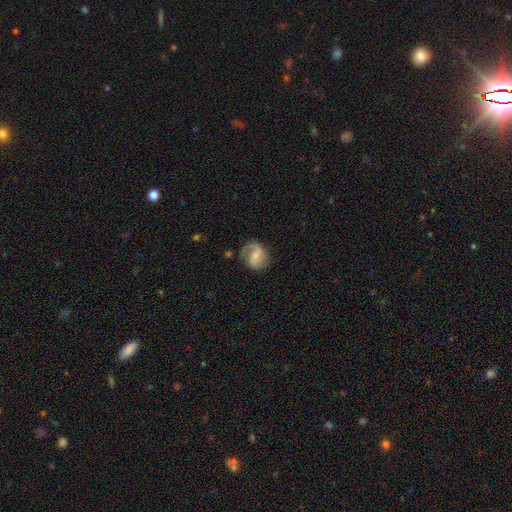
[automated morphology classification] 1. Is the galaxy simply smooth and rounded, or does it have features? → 66% featured or disk, 27% smooth, 7% star or artifact.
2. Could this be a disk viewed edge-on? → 98% no, 2% yes.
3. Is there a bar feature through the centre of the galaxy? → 48% weak, 36% no, 16% strong.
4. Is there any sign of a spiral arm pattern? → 91% yes, 9% no.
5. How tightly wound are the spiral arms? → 45% medium, 36% loose, 19% tight.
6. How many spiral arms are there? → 68% 2, 21% 1, 7% can't tell, 2% 3, 1% 4, 1% more than 4.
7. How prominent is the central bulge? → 57% small, 22% moderate, 18% none, 2% large, 1% dominant.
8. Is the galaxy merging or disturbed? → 64% none, 21% minor disturbance, 12% major disturbance, 2% merger.